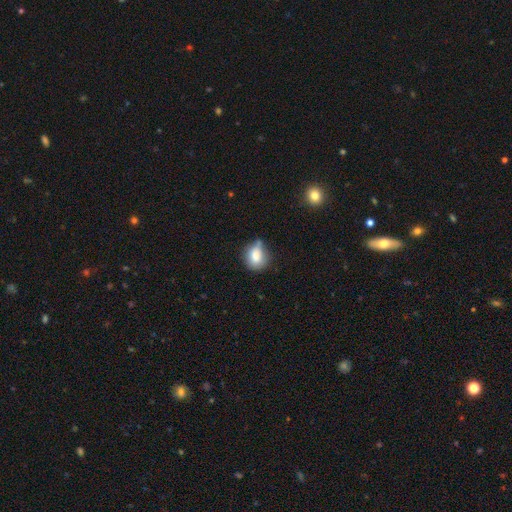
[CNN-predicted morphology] Smooth or featured: smooth — 81% (star or artifact — 10%)
How rounded: round — 66% (in between — 32%)
Merging: none — 56% (minor disturbance — 28%)